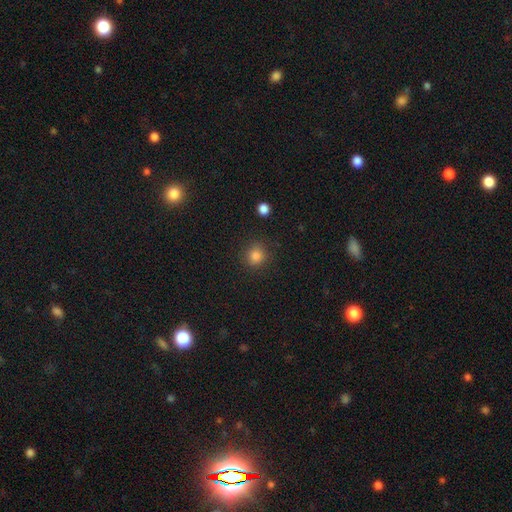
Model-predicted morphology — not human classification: Q: Smooth or featured?
A: smooth (84%); runner-up: star or artifact (12%)
Q: How rounded?
A: round (88%); runner-up: in between (11%)
Q: Merging?
A: none (86%); runner-up: minor disturbance (9%)